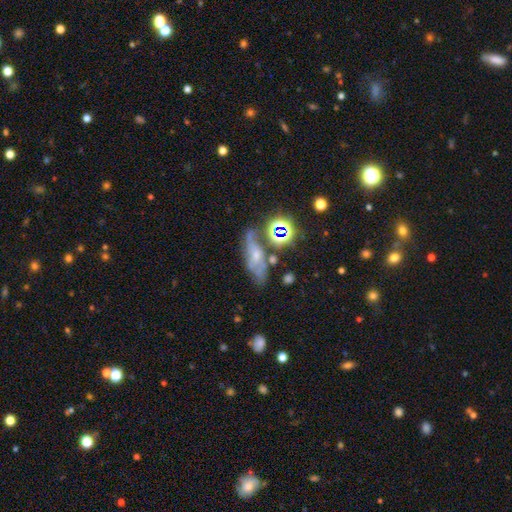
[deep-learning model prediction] Morphology: type=featured or disk (45%); merging=none (47%).